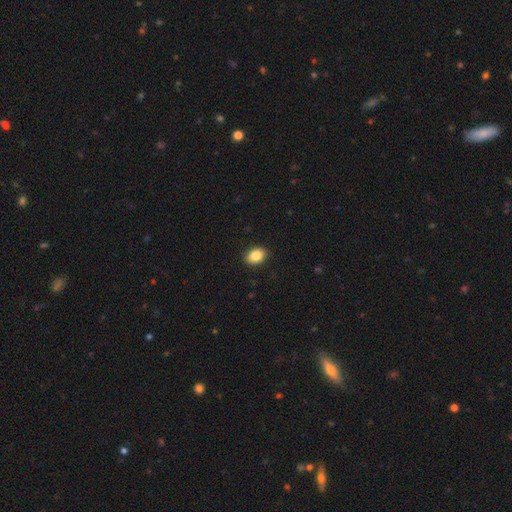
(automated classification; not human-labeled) smooth-or-featured: smooth: 87% | star or artifact: 8% | featured or disk: 5%
  how-rounded: in between: 80% | round: 19% | cigar-shaped: 1%
  merging: none: 90% | minor disturbance: 7% | major disturbance: 2% | merger: 1%